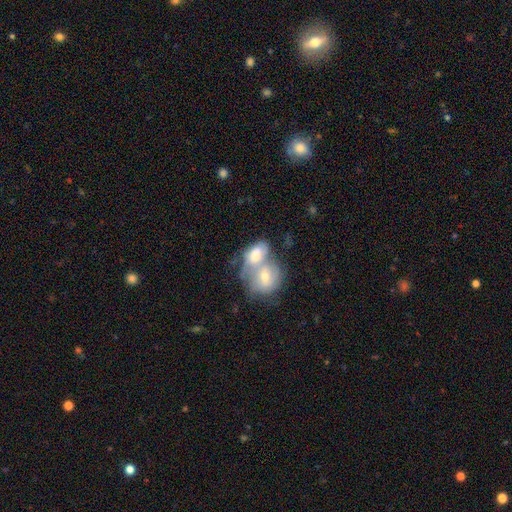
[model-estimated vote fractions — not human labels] Smooth or featured: smooth — 51% (featured or disk — 41%)
How rounded: in between — 70% (round — 27%)
Merging: merger — 75% (none — 14%)